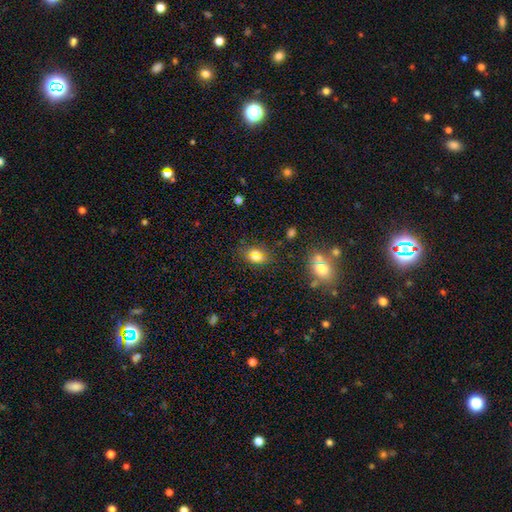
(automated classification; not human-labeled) Smooth or featured? smooth (73%)
How rounded? in between (68%)
Merging? none (64%)